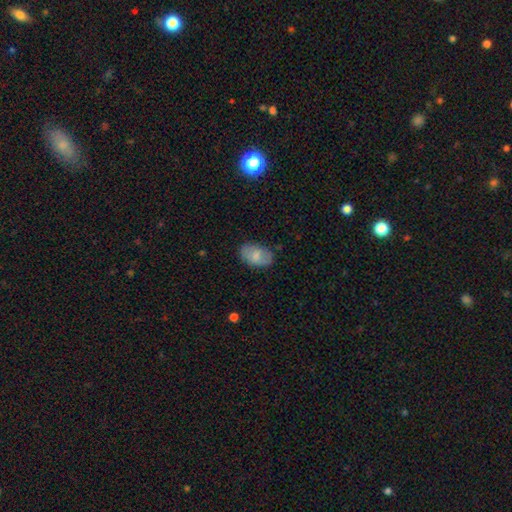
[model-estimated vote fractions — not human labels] Smooth or featured? smooth (74%)
How rounded? in between (91%)
Merging? none (77%)